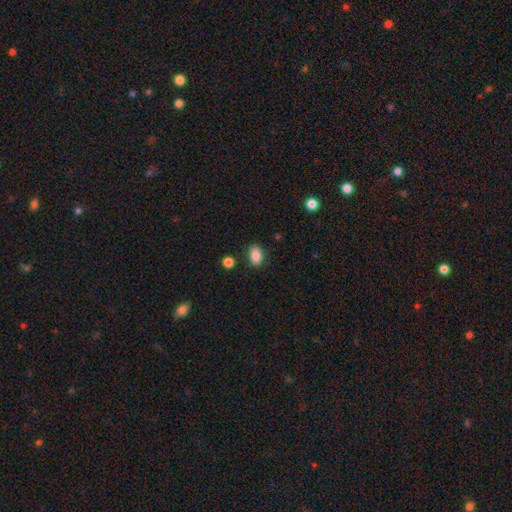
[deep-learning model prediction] Overall: smooth (85%). How rounded: in between (82%). Merging: none (81%).